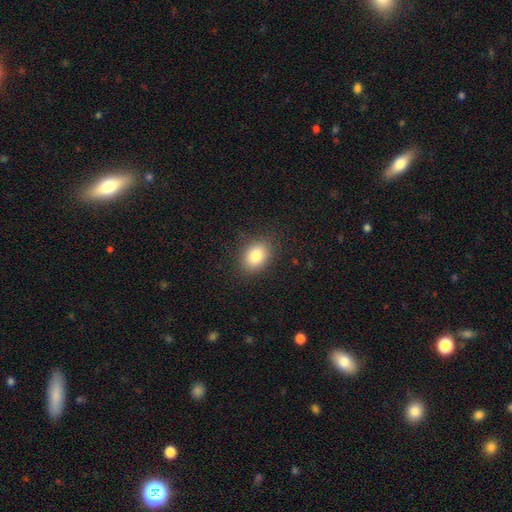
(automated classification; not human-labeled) Smooth or featured?
  - smooth: 83% *
  - star or artifact: 9%
  - featured or disk: 8%
How rounded?
  - in between: 69% *
  - round: 30%
  - cigar-shaped: 1%
Merging?
  - none: 85% *
  - minor disturbance: 11%
  - major disturbance: 3%
  - merger: 1%